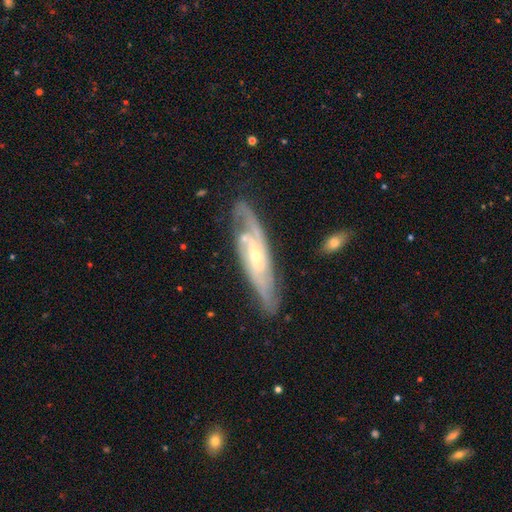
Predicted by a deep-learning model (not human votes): smooth_or_featured: featured or disk (p=0.84) [alt: smooth p=0.11]
disk_edge_on: no (p=0.78) [alt: yes p=0.22]
bar: no (p=0.62) [alt: weak p=0.29]
has_spiral_arms: yes (p=0.93) [alt: no p=0.07]
spiral_winding: tight (p=0.50) [alt: medium p=0.38]
spiral_arm_count: 2 (p=0.46) [alt: can't tell p=0.31]
bulge_size: small (p=0.65) [alt: moderate p=0.32]
merging: none (p=0.72) [alt: minor disturbance p=0.18]